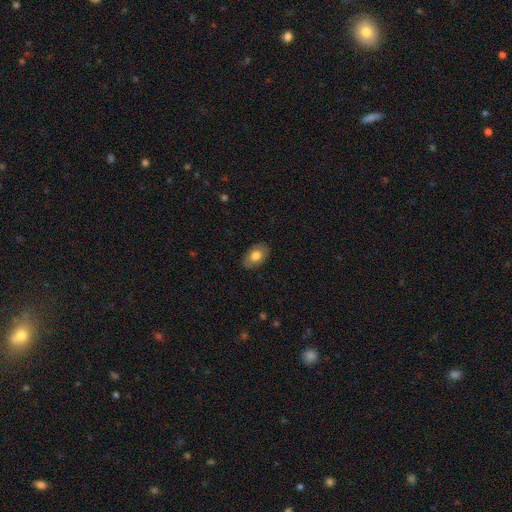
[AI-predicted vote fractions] Overall: smooth (76%). How rounded: in between (88%). Merging: none (86%).